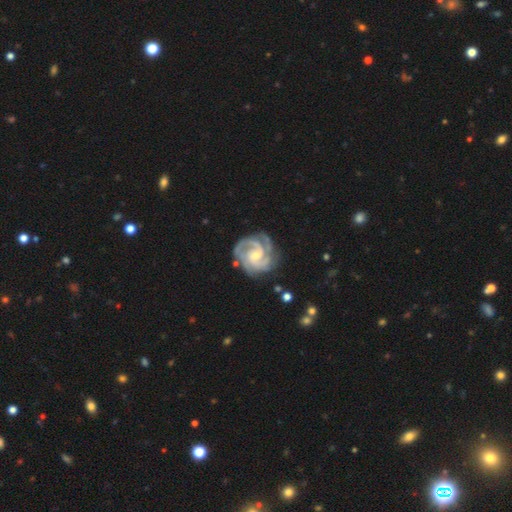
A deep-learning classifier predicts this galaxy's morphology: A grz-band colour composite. It shows a featured or disk galaxy (93%) with no bar (56%), 3 (46%) tight (63%) spiral arms (98%) and a small central bulge (55%). Merging: none (74%).